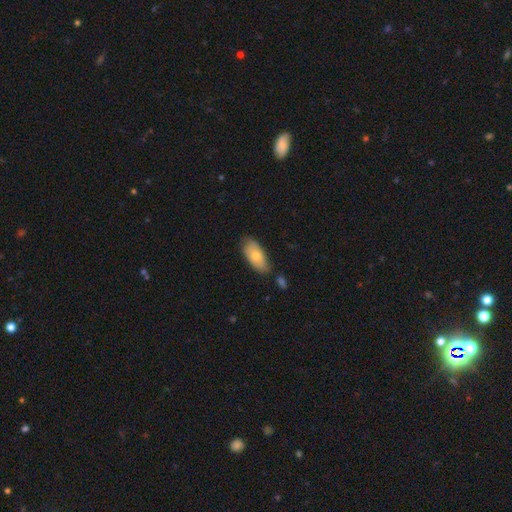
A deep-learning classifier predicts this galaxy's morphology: smooth-or-featured: smooth: 69% | featured or disk: 24% | star or artifact: 7%
  how-rounded: in between: 89% | cigar-shaped: 8% | round: 3%
  merging: none: 72% | minor disturbance: 21% | merger: 4% | major disturbance: 3%